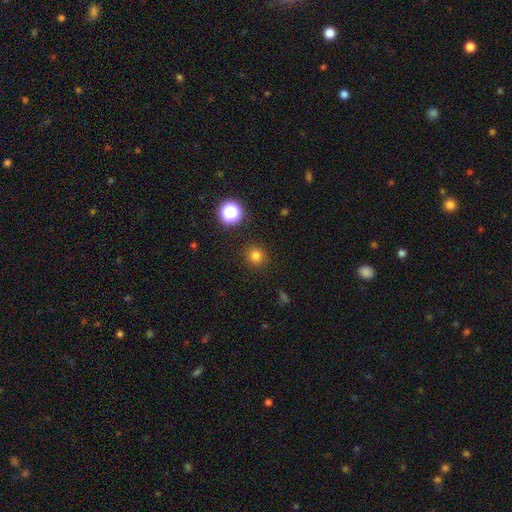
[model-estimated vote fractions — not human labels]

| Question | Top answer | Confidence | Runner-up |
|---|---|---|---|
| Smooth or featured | smooth | 78% | star or artifact (17%) |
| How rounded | round | 91% | in between (8%) |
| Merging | none | 90% | minor disturbance (6%) |